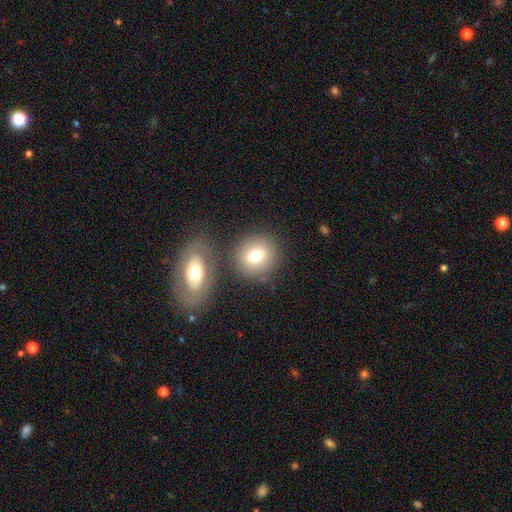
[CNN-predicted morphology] A smooth galaxy with no disk features (72%) that is round (70%). Merging: none (70%).